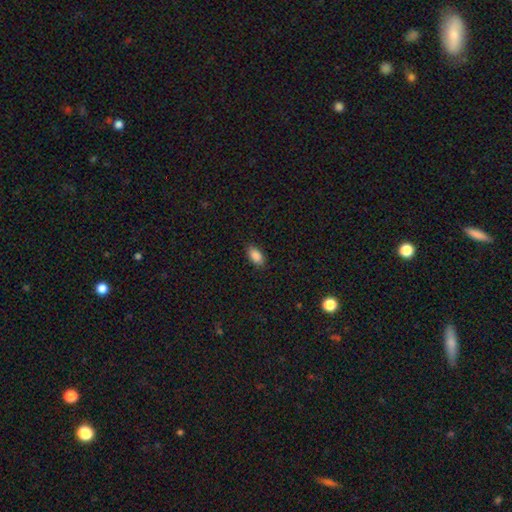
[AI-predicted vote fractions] Smooth or featured? smooth (88%)
How rounded? in between (92%)
Merging? none (87%)